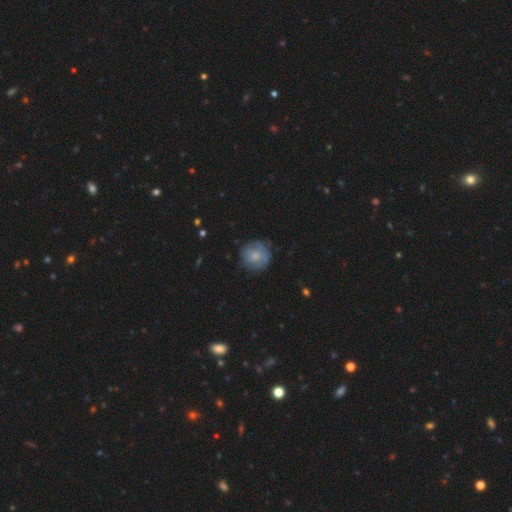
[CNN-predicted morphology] smooth-or-featured: smooth: 59% | featured or disk: 33% | star or artifact: 8%
  how-rounded: round: 90% | in between: 9% | cigar-shaped: 1%
  merging: none: 72% | minor disturbance: 20% | major disturbance: 7% | merger: 1%